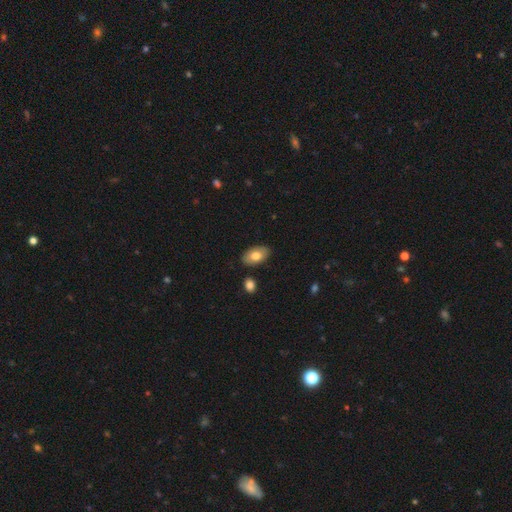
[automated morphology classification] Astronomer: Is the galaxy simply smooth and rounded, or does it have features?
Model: smooth — 77%.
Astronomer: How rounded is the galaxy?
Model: in between — 94%.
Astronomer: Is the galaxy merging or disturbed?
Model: none — 85%.